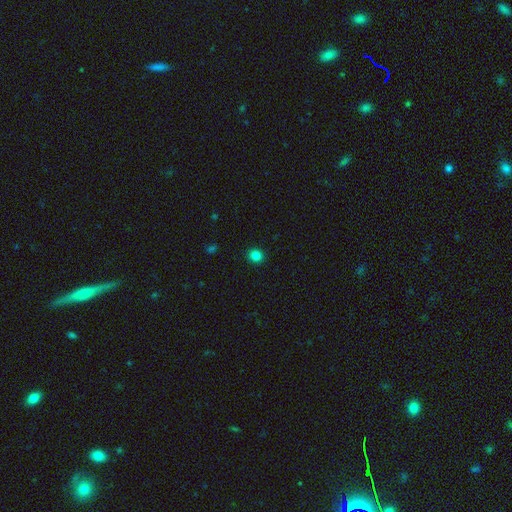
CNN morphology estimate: Q: Smooth or featured?
A: smooth (83%); runner-up: star or artifact (13%)
Q: How rounded?
A: round (86%); runner-up: in between (14%)
Q: Merging?
A: none (93%); runner-up: minor disturbance (5%)